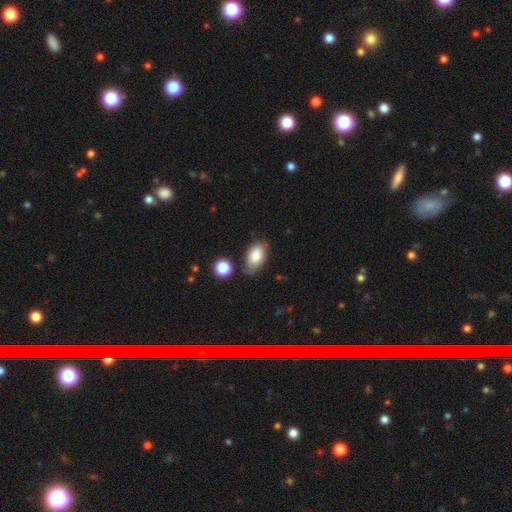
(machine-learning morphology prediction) smooth 81%, featured or disk 12%, star or artifact 7%. Down the decision tree: how rounded — in between (92%); merging — none (62%).